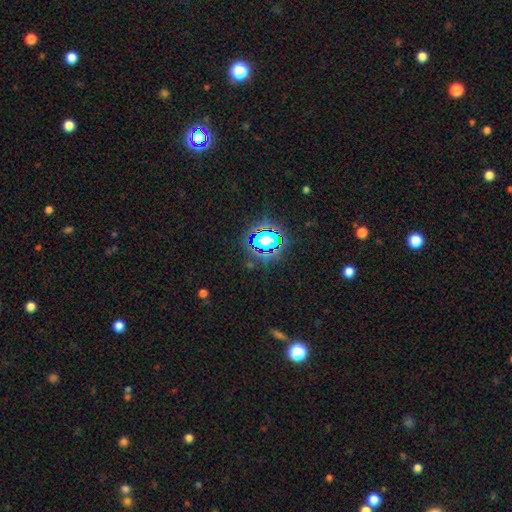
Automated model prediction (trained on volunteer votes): Smooth or featured?
  - star or artifact: 80% *
  - smooth: 12%
  - featured or disk: 8%